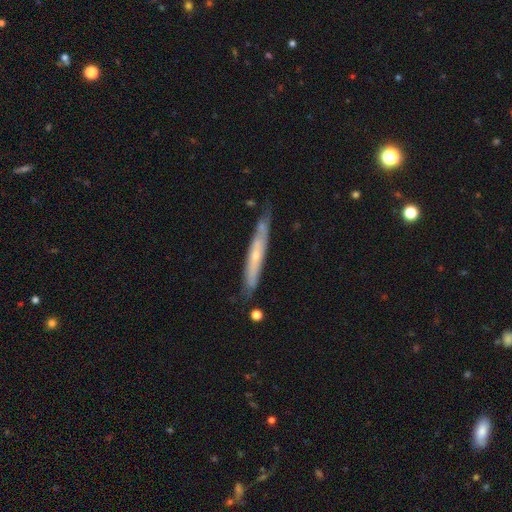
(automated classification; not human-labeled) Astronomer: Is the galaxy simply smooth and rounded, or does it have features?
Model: featured or disk — 58% (runner-up: smooth, 35%).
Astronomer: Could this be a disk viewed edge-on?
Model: yes — 76%.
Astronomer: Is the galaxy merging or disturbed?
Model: none — 70%.